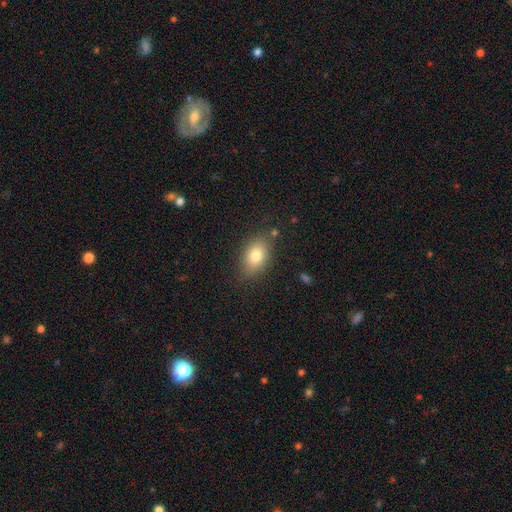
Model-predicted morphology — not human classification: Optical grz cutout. It shows a smooth galaxy with no disk features (78%) that is in between round and cigar-shaped (82%). Merging: none (81%).